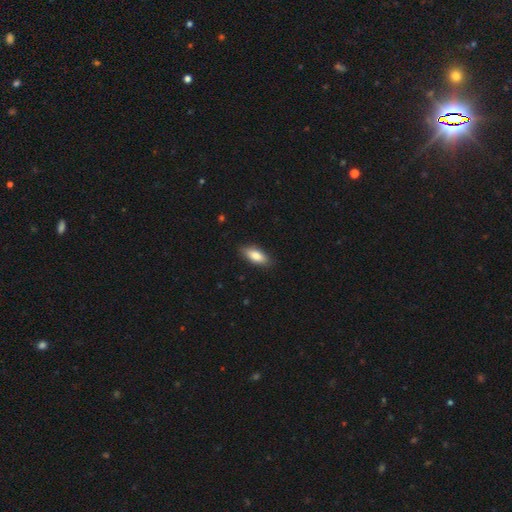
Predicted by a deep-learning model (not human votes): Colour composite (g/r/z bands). It shows a smooth galaxy with no disk features (83%) that is in between round and cigar-shaped (79%). Merging: none (87%).